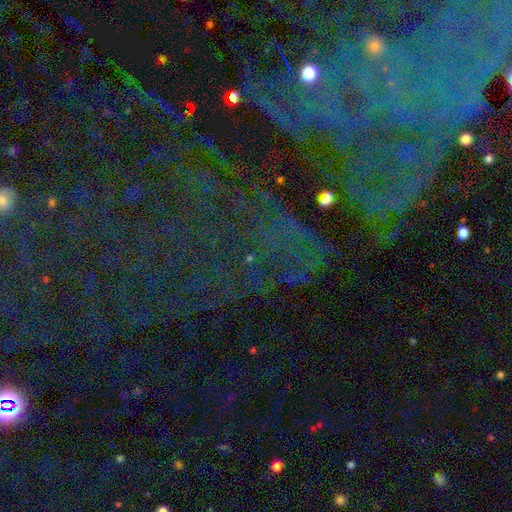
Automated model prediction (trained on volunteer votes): Morphology: type=star or artifact (74%).